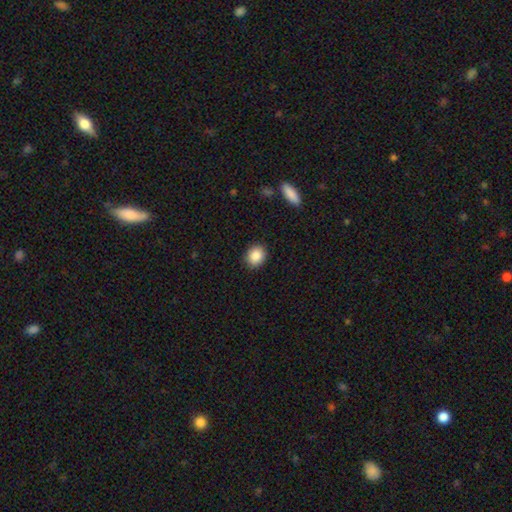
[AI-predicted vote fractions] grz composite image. It shows a smooth galaxy with no disk features (88%) that is round (67%). Merging: none (90%).